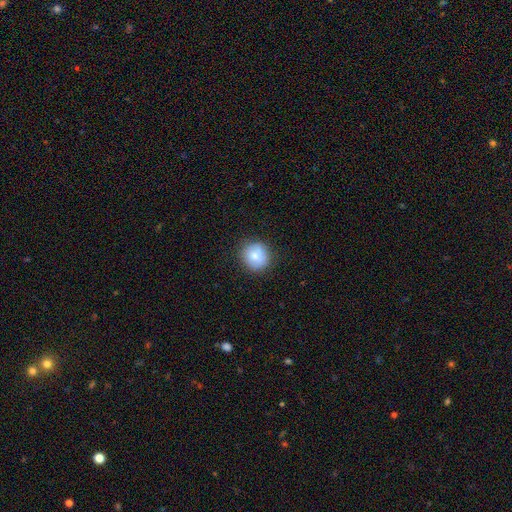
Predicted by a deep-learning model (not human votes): This is likely a smooth galaxy (77%). How rounded: clearly round (89%). Merging: clearly none (85%).